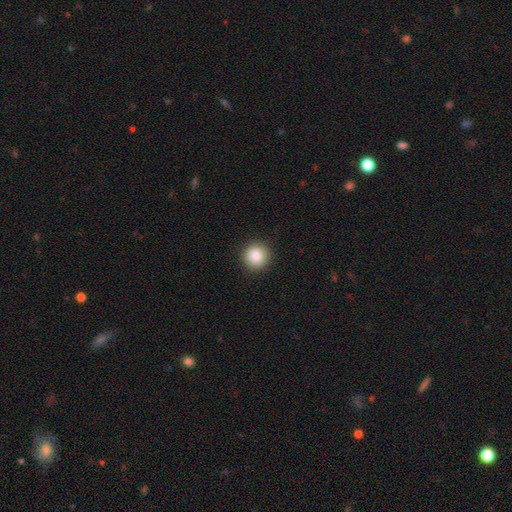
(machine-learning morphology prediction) The model was most divided on "smooth or featured": smooth: 88%, star or artifact: 9%, featured or disk: 4%. More confident: how rounded — round (94%); merging — none (91%).